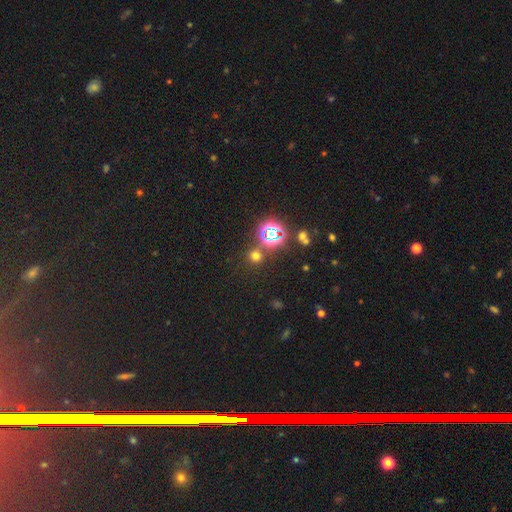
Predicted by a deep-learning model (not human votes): Morphology: type=smooth (55%); roundness=round (91%); merging=none (80%).